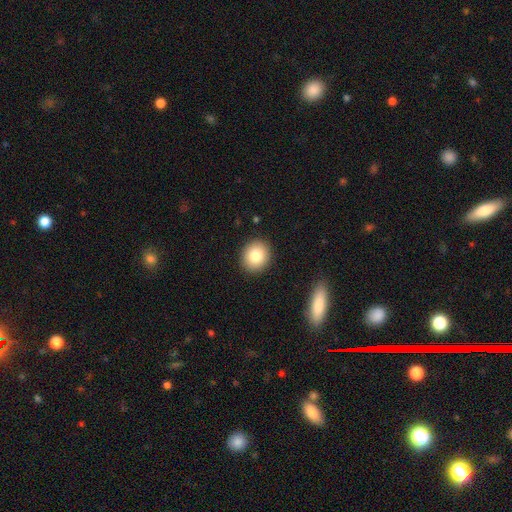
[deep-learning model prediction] This appears to be a smooth galaxy with no disk features (81%) that is round (77%). Merging: none (91%).